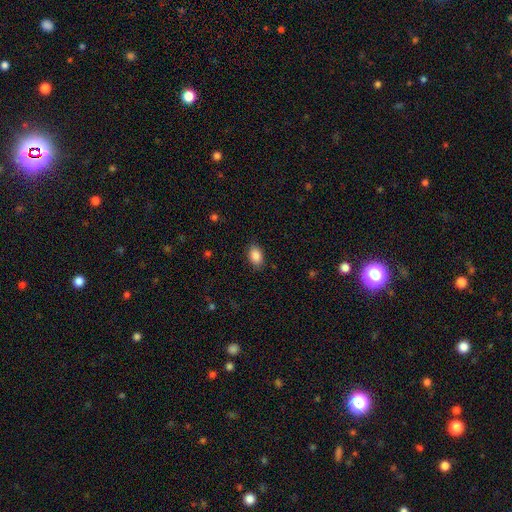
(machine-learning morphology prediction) Smooth or featured: smooth — 88% (star or artifact — 7%)
How rounded: in between — 89% (round — 10%)
Merging: none — 85% (minor disturbance — 11%)